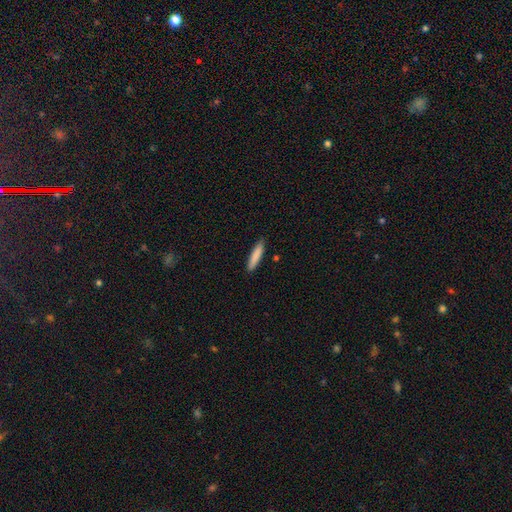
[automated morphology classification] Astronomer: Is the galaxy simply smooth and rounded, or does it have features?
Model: smooth — 85%.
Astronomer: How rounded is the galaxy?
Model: cigar-shaped — 86%.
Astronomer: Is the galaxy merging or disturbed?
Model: none — 88%.